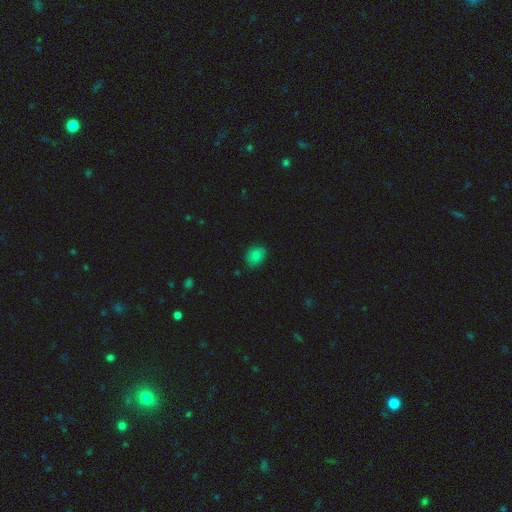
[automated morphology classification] Smooth or featured? smooth (79%)
How rounded? in between (49%, tied with round)
Merging? none (84%)